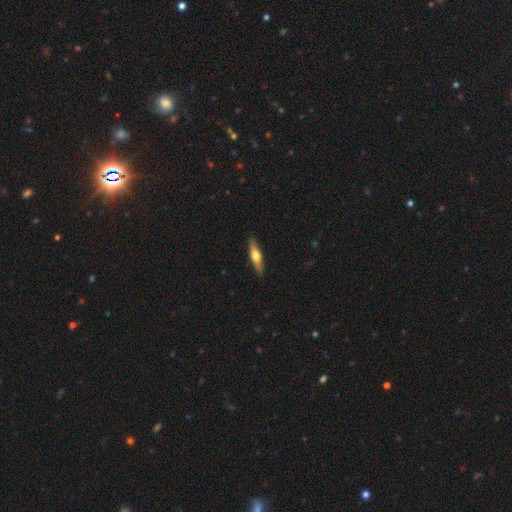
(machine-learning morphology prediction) smooth_or_featured: featured or disk (p=0.50) [alt: smooth p=0.45]
merging: none (p=0.90) [alt: minor disturbance p=0.08]